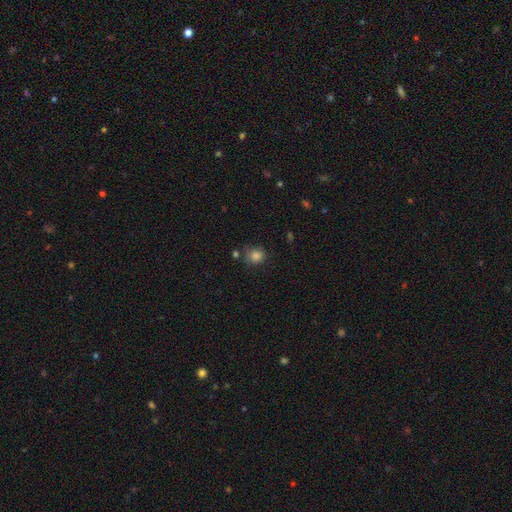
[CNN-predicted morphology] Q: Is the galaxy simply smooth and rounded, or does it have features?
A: smooth — 83%.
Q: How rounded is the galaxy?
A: round — 80%.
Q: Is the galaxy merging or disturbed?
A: none — 72%.